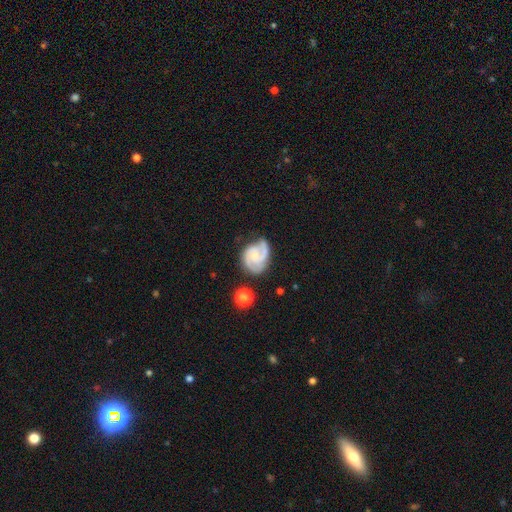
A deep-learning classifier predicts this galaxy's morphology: This is clearly a featured or disk galaxy (82%). It is clearly not viewed edge-on (98%). Bar: likely no (62%). Spiral arm pattern: clearly yes (96%). Spiral arm count: possibly 2 (56%). Spiral winding: possibly tight (45%). Central bulge: possibly small (51%). Merging: possibly none (59%).